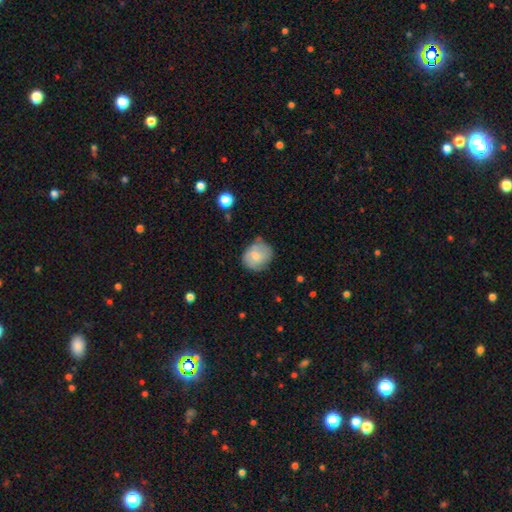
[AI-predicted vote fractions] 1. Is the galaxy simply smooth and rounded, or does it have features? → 66% smooth, 27% featured or disk, 7% star or artifact.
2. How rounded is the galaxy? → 66% round, 33% in between, 1% cigar-shaped.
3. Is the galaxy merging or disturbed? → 58% none, 29% minor disturbance, 9% major disturbance, 3% merger.